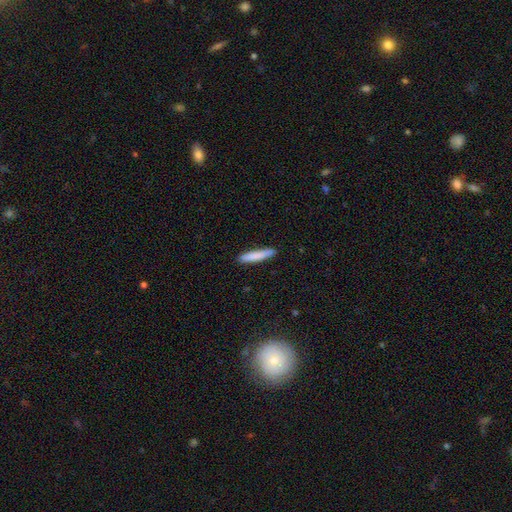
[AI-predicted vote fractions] smooth_or_featured: smooth (p=0.82) [alt: featured or disk p=0.12]
how_rounded: cigar-shaped (p=0.91) [alt: in between p=0.08]
merging: none (p=0.87) [alt: minor disturbance p=0.10]